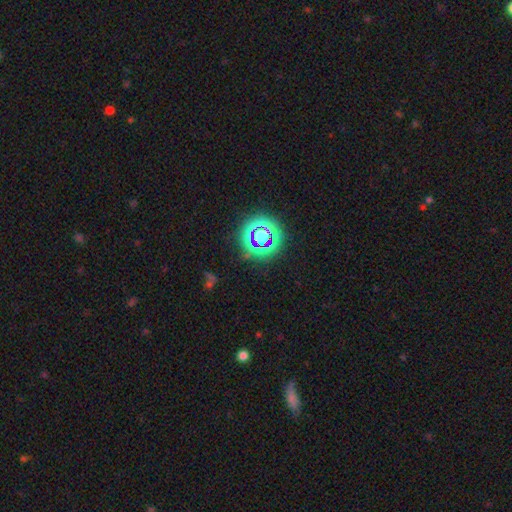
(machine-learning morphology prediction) Smooth or featured? star or artifact (66%)